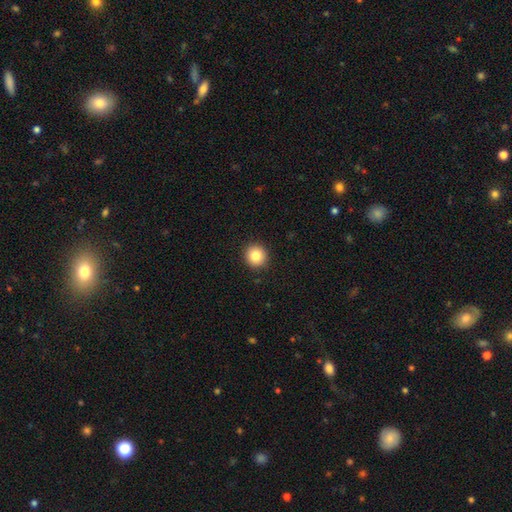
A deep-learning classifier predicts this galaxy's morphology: smooth 84%, star or artifact 10%, featured or disk 7%. Down the decision tree: how rounded — round (91%); merging — none (92%).